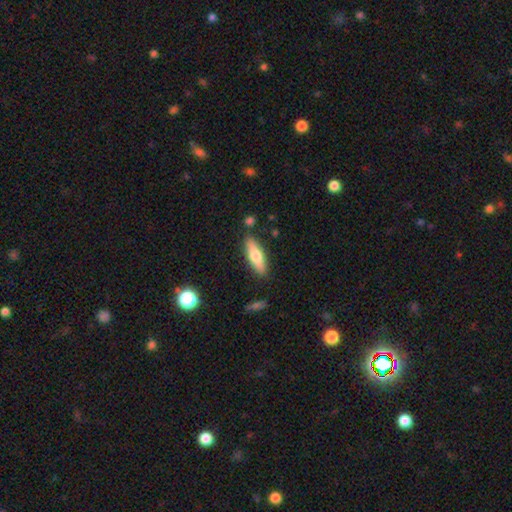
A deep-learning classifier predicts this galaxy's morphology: A smooth galaxy with no disk features (63%) that is cigar-shaped (55%). Merging: none (83%).